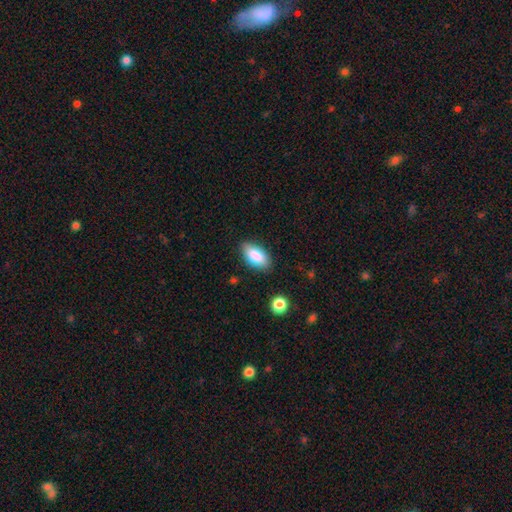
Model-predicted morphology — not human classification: The model was most divided on "merging": none: 84%, minor disturbance: 12%, major disturbance: 3%, merger: 2%. More confident: how rounded — in between (92%); smooth or featured — smooth (86%).